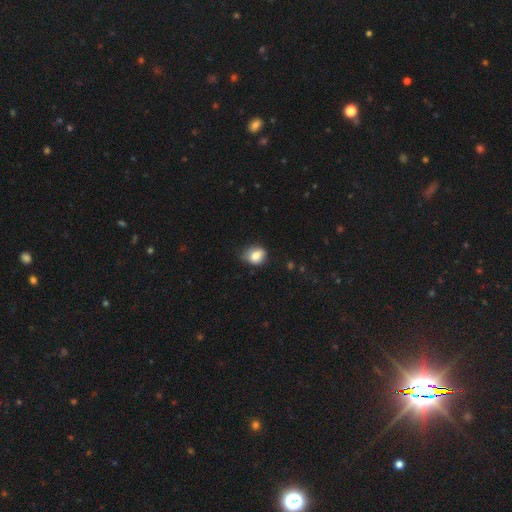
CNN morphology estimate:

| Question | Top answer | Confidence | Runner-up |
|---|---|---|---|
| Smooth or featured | smooth | 79% | featured or disk (12%) |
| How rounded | round | 50% | in between (49%) |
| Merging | none | 56% | minor disturbance (34%) |